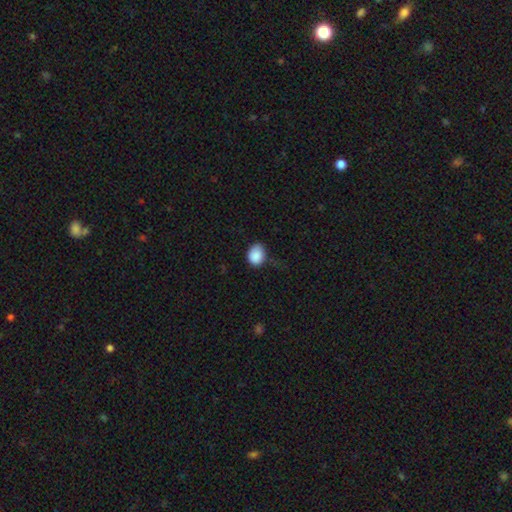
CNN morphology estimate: A smooth galaxy with no disk features (88%) that is in between round and cigar-shaped (52%). Merging: none (53%).